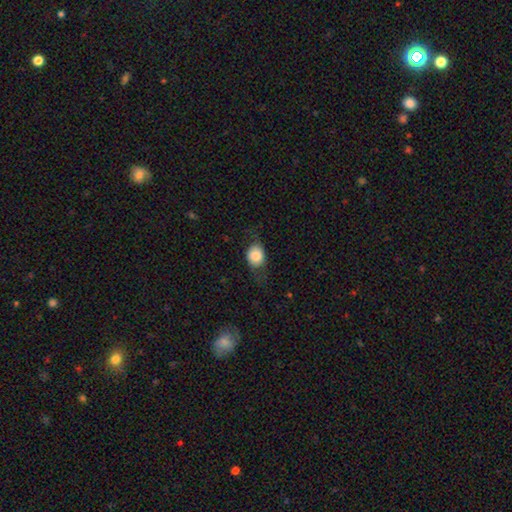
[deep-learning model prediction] A smooth galaxy with no disk features (78%) that is round (57%).

Vote fractions:
- Smooth or featured? smooth: 78% / featured or disk: 14% / star or artifact: 8%
- How rounded? round: 57% / in between: 41% / cigar-shaped: 1%
- Merging? none: 64% / minor disturbance: 23% / major disturbance: 12% / merger: 1%